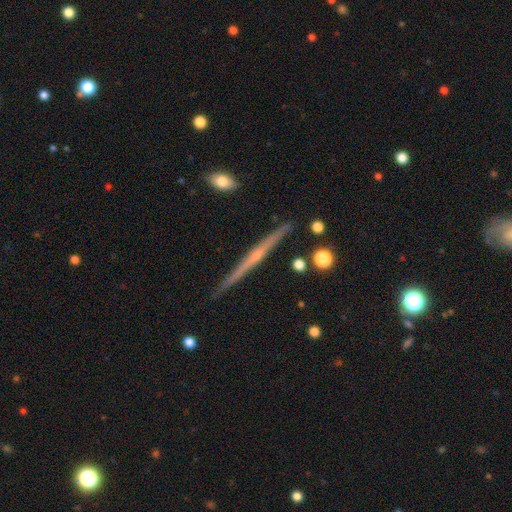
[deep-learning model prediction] Smooth or featured?
  - featured or disk: 78% *
  - smooth: 16%
  - star or artifact: 6%
Edge-on disk?
  - yes: 98% *
  - no: 2%
Edge-on bulge?
  - rounded: 57% *
  - none: 37%
  - boxy: 6%
Merging?
  - none: 90% *
  - minor disturbance: 7%
  - merger: 1%
  - major disturbance: 1%